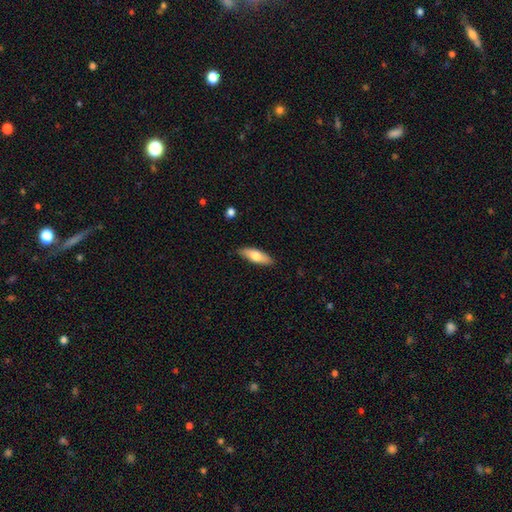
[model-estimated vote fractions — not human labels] Overall: smooth (70%). How rounded: in between (55%; cigar-shaped 43%). Merging: none (86%).